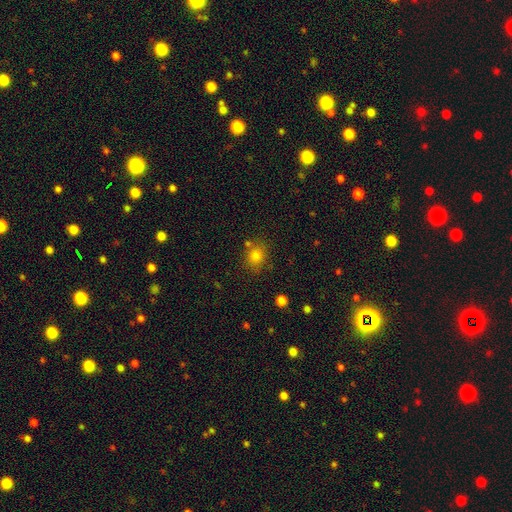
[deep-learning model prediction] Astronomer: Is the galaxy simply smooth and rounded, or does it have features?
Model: smooth — 79%.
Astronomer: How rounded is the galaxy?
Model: round — 63%.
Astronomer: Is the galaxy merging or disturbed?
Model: none — 75%.